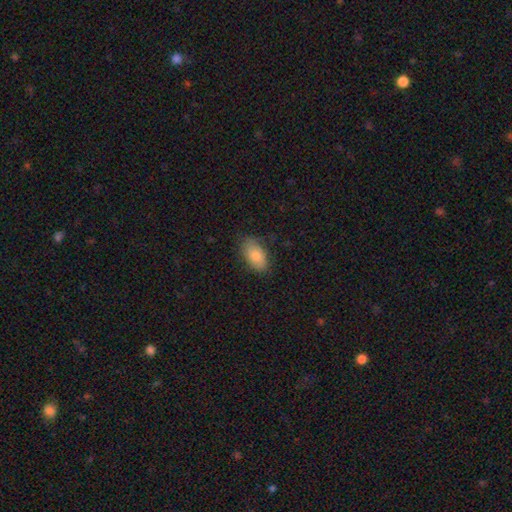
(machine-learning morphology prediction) smooth-or-featured: smooth: 78% | featured or disk: 14% | star or artifact: 7%
  how-rounded: in between: 92% | round: 5% | cigar-shaped: 3%
  merging: none: 79% | minor disturbance: 17% | major disturbance: 3% | merger: 1%